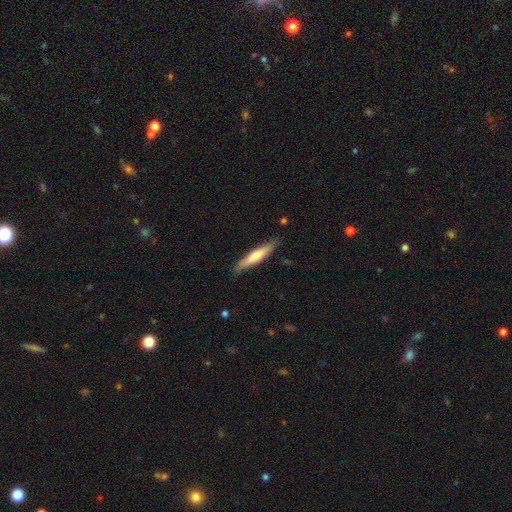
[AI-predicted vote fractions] A smooth galaxy with no disk features (62%) that is cigar-shaped (88%).

Vote fractions:
- Smooth or featured? smooth: 62% / featured or disk: 33% / star or artifact: 5%
- How rounded? cigar-shaped: 88% / in between: 11% / round: 1%
- Merging? none: 85% / minor disturbance: 12% / major disturbance: 2% / merger: 1%